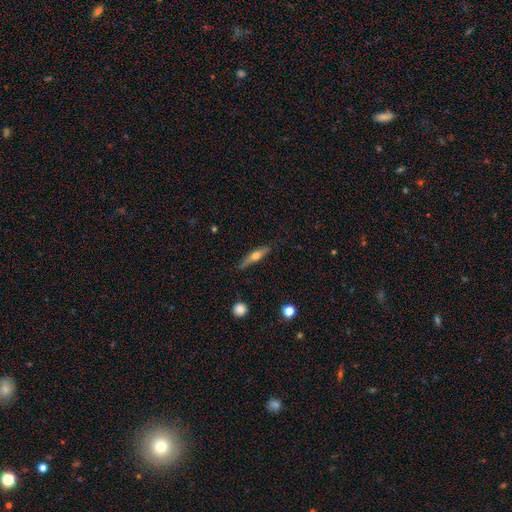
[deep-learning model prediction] Overall: smooth (48%; featured or disk 45%). Merging: none (81%).